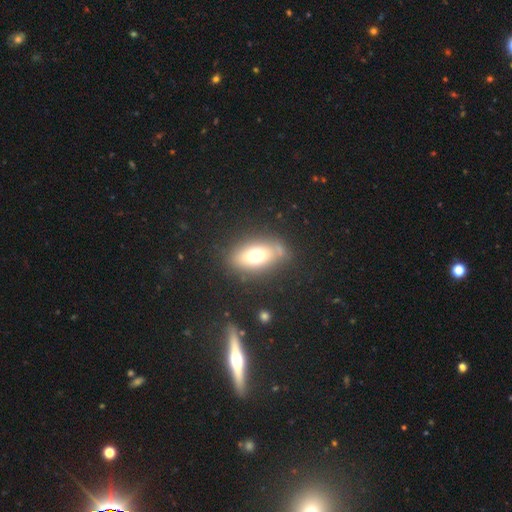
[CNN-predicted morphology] Smooth or featured: smooth — 63% (featured or disk — 24%)
How rounded: in between — 79% (round — 14%)
Merging: none — 77% (minor disturbance — 14%)